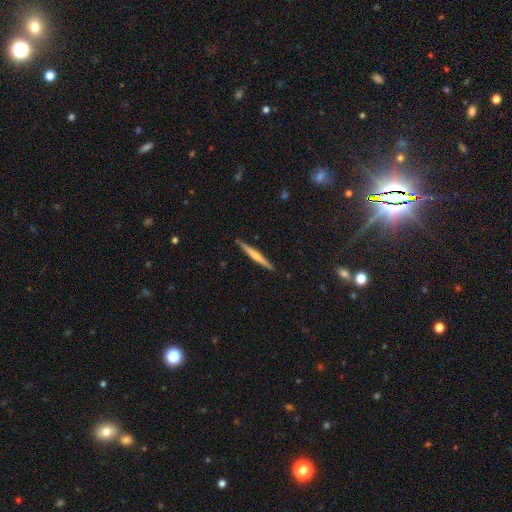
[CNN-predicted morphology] This appears to be a featured or disk galaxy (64%) viewed edge-on (98%) with a rounded central bulge (72%). Merging: none (91%).